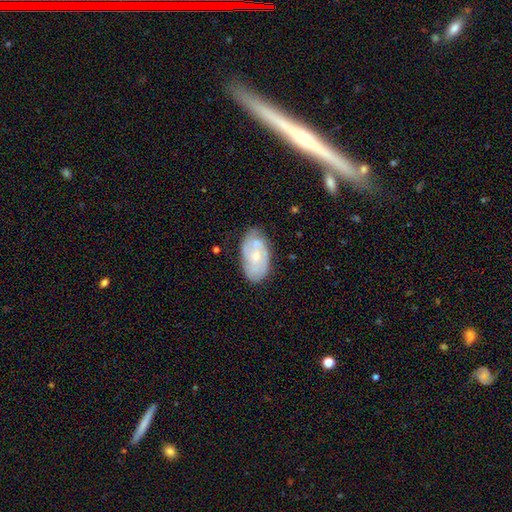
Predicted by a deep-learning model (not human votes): Smooth or featured? Predicted: featured or disk (p=0.60). Edge-on disk? Predicted: no (p=0.95). Bar? Predicted: no (p=0.70). Spiral arms? Predicted: yes (p=0.72). Bulge size? Predicted: small (p=0.56). Merging? Predicted: none (p=0.68).